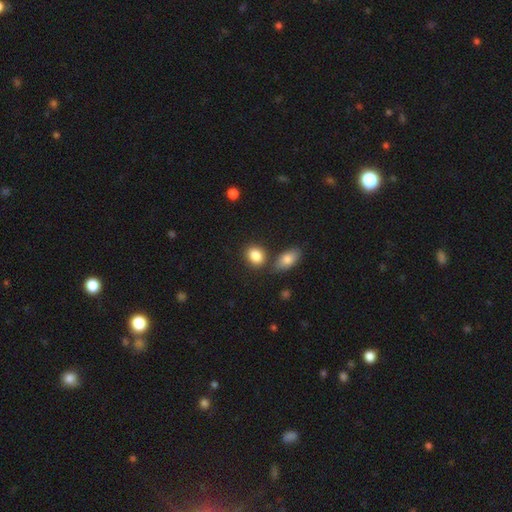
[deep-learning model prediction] Smooth or featured: smooth — 86% (star or artifact — 8%)
How rounded: in between — 55% (round — 43%)
Merging: none — 70% (merger — 15%)